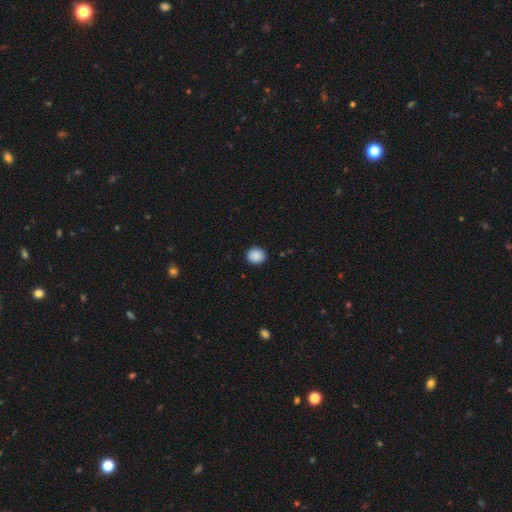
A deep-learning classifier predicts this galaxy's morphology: Smooth or featured? smooth (89%)
How rounded? round (84%)
Merging? none (91%)